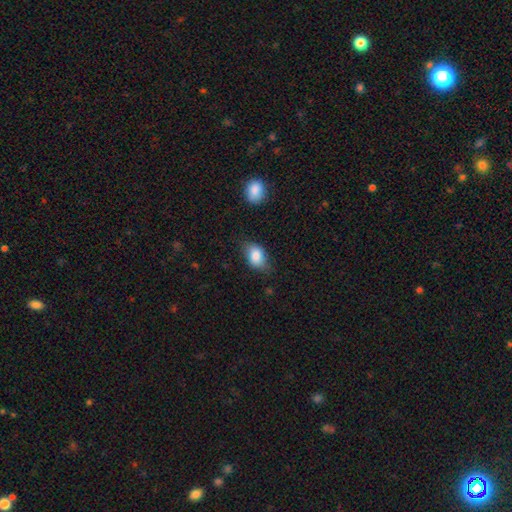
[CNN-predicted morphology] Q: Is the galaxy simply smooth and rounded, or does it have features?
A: smooth — 85%.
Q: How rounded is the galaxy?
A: in between — 81%.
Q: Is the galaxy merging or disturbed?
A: none — 68%.